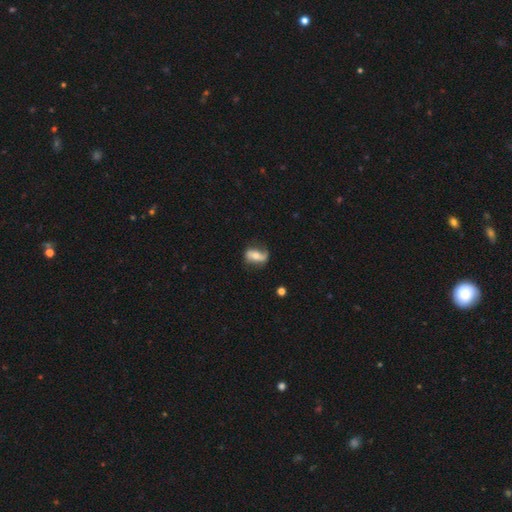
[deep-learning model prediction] A featured or disk galaxy (51%). Merging: none (57%).